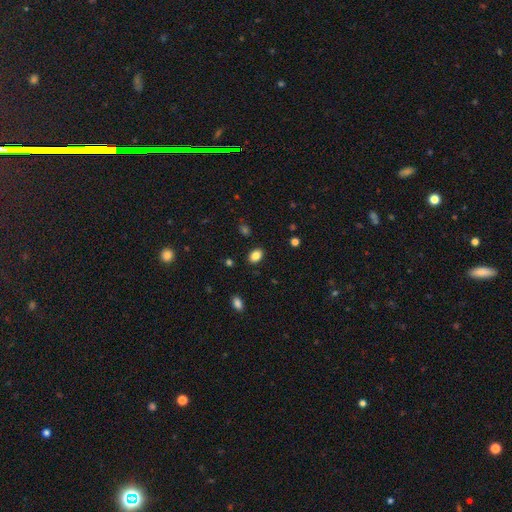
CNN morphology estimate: Q: Smooth or featured?
A: smooth (84%); runner-up: star or artifact (10%)
Q: How rounded?
A: in between (82%); runner-up: round (17%)
Q: Merging?
A: none (87%); runner-up: minor disturbance (9%)